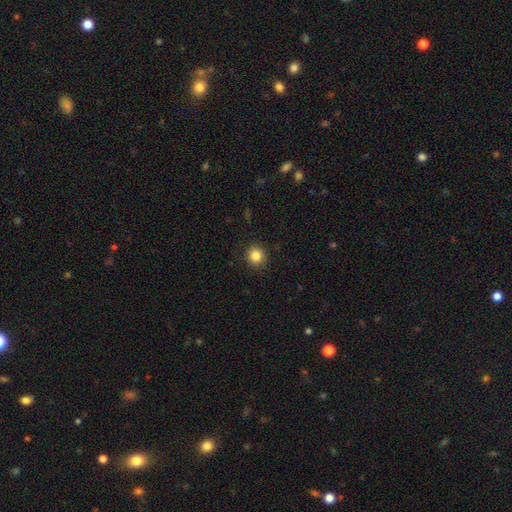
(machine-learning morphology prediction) Smooth or featured?
  - smooth: 86% *
  - star or artifact: 10%
  - featured or disk: 4%
How rounded?
  - round: 91% *
  - in between: 8%
  - cigar-shaped: 1%
Merging?
  - none: 91% *
  - minor disturbance: 6%
  - major disturbance: 2%
  - merger: 1%